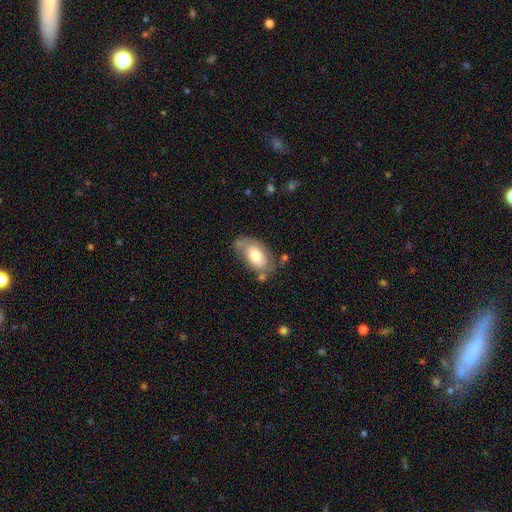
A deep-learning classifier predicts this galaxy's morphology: This is likely a smooth galaxy (65%). How rounded: clearly in between (93%). Merging: possibly none (55%).